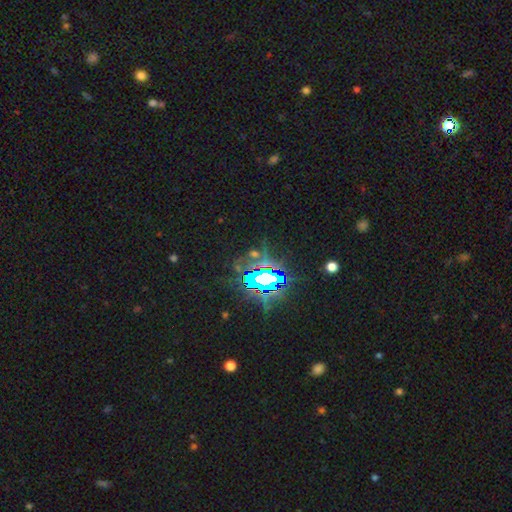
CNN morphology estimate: smooth-or-featured: star or artifact: 78% | smooth: 12% | featured or disk: 10%